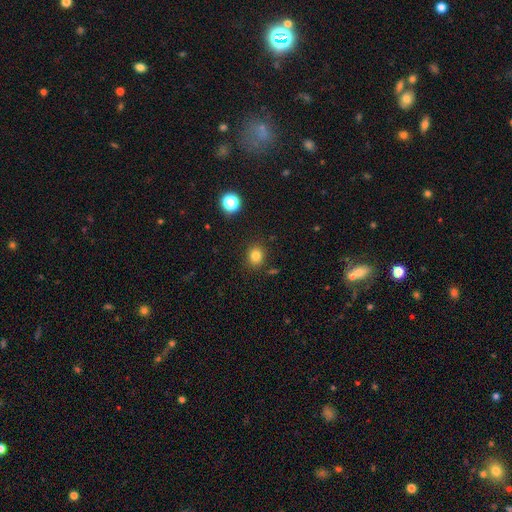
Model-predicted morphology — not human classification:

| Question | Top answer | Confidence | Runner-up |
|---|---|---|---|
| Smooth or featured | smooth | 81% | star or artifact (13%) |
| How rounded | round | 73% | in between (26%) |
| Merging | none | 86% | minor disturbance (8%) |